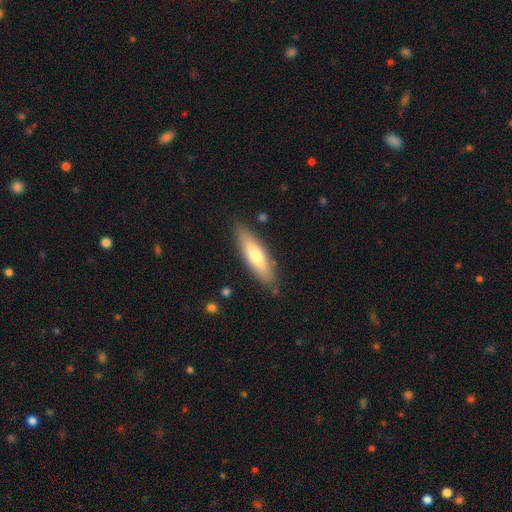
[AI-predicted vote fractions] Smooth or featured? Predicted: smooth (p=0.65). How rounded? Predicted: cigar-shaped (p=0.61). Merging? Predicted: none (p=0.85).